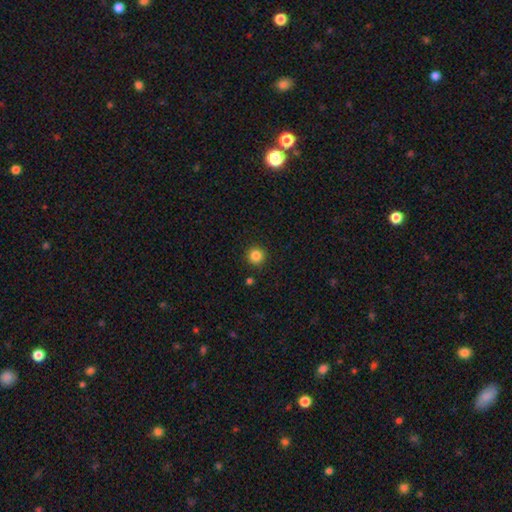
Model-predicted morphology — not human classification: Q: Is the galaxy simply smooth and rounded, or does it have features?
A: smooth — 85%.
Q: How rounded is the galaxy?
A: round — 95%.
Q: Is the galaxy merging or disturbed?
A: none — 91%.